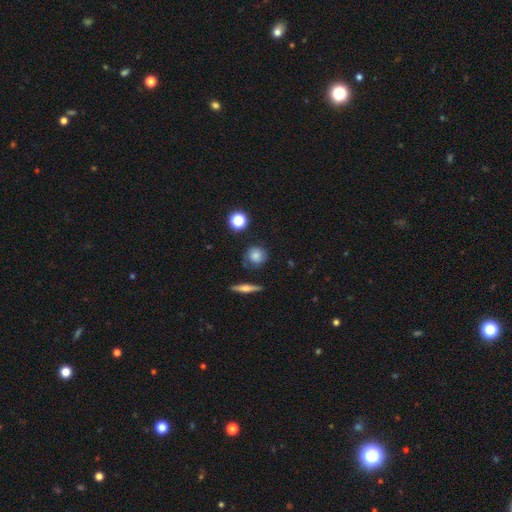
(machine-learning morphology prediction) A smooth galaxy with no disk features (67%) that is round (87%).

Vote fractions:
- Smooth or featured? smooth: 67% / featured or disk: 20% / star or artifact: 12%
- How rounded? round: 87% / in between: 11% / cigar-shaped: 2%
- Merging? none: 77% / minor disturbance: 16% / major disturbance: 4% / merger: 4%